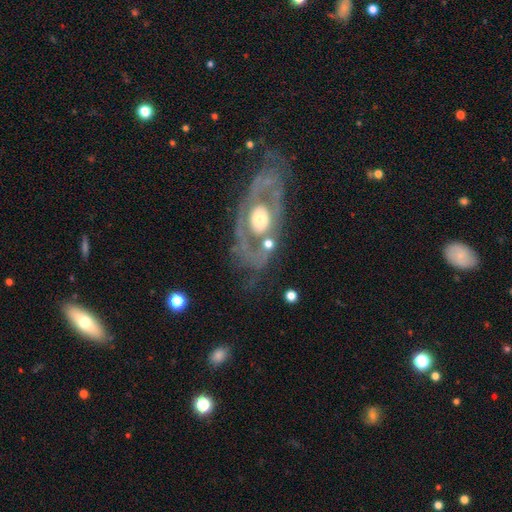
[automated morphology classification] Smooth or featured? featured or disk (80%)
Edge-on disk? no (91%)
Bar? no (81%)
Spiral arms? yes (56%)
Bulge size? moderate (57%)
Merging? none (65%)